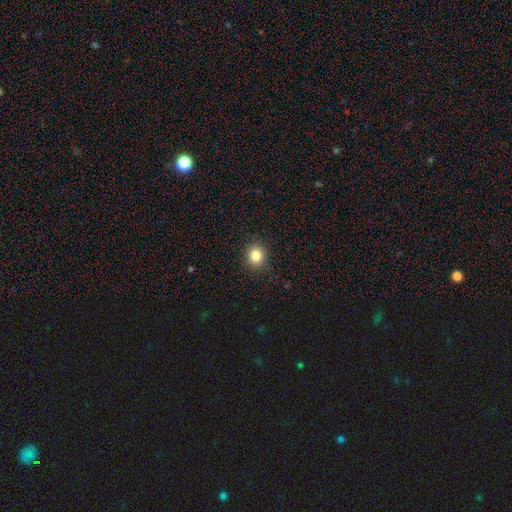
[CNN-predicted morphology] A smooth galaxy with no disk features (83%) that is round (82%). Merging: none (91%).